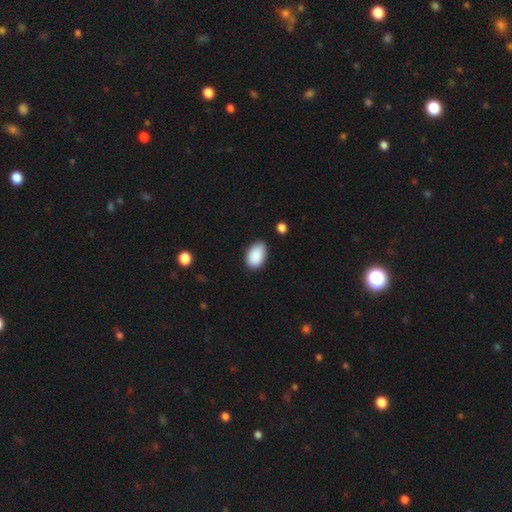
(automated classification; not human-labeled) Smooth or featured? smooth (90%)
How rounded? in between (91%)
Merging? none (80%)